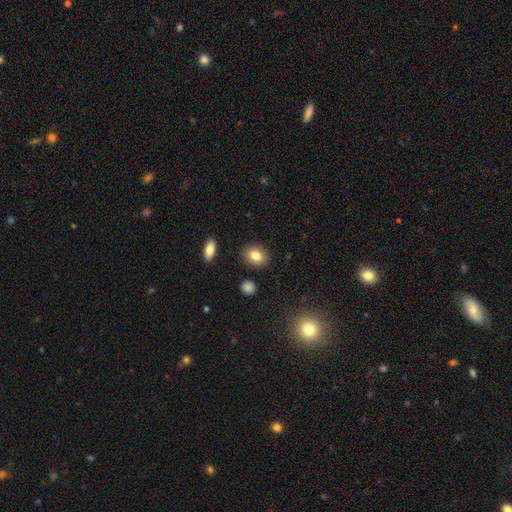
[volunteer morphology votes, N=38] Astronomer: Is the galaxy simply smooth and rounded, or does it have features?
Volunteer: smooth — 92%.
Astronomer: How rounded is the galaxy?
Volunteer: in between — 57% (runner-up: round, 43%).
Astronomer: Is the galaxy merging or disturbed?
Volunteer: none — 89%.